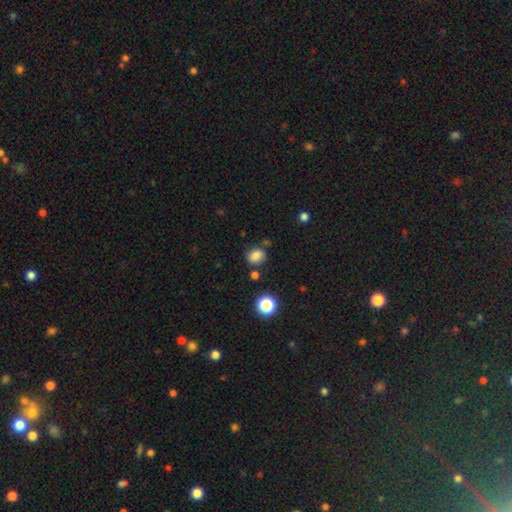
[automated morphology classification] A smooth galaxy with no disk features (81%) that is round (60%).

Vote fractions:
- Smooth or featured? smooth: 81% / star or artifact: 13% / featured or disk: 7%
- How rounded? round: 60% / in between: 39% / cigar-shaped: 1%
- Merging? none: 74% / minor disturbance: 15% / merger: 7% / major disturbance: 4%